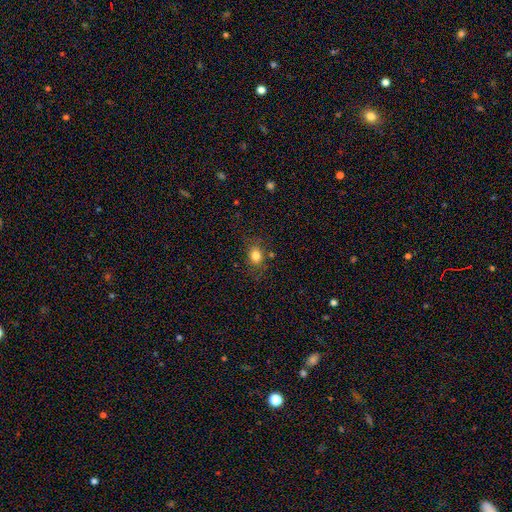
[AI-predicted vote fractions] Smooth or featured: smooth — 81% (star or artifact — 12%)
How rounded: round — 56% (in between — 43%)
Merging: none — 76% (minor disturbance — 16%)